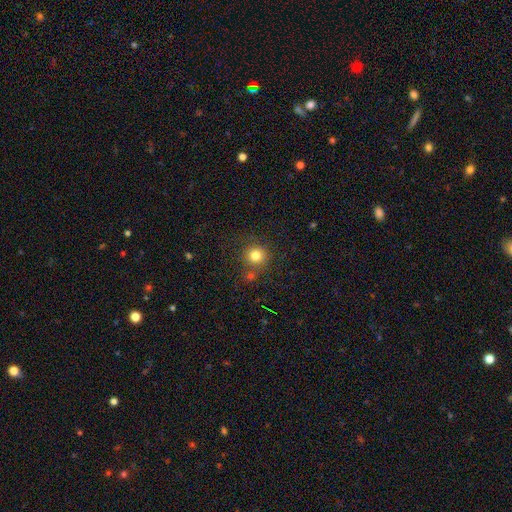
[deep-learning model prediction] Q: Smooth or featured?
A: smooth (80%); runner-up: star or artifact (13%)
Q: How rounded?
A: round (93%); runner-up: in between (7%)
Q: Merging?
A: none (78%); runner-up: minor disturbance (10%)